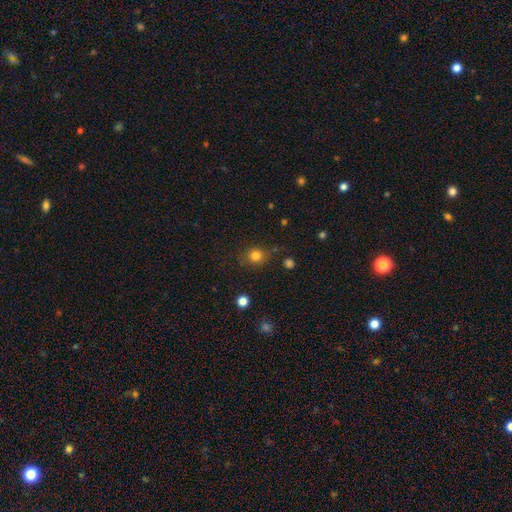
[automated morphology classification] A smooth galaxy with no disk features (81%) that is round (83%). Merging: none (77%).